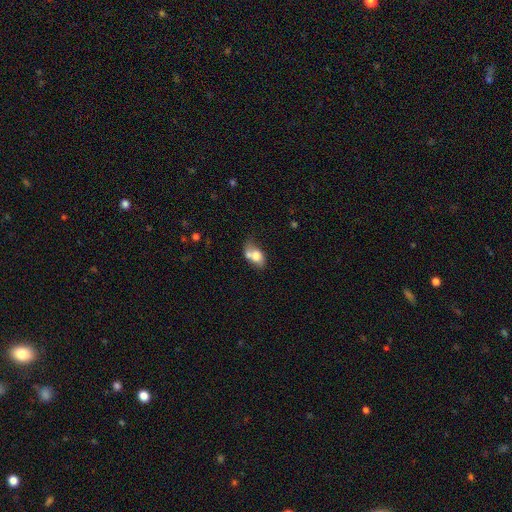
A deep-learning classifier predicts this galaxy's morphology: smooth-or-featured: smooth: 66% | featured or disk: 26% | star or artifact: 8%
  how-rounded: in between: 80% | round: 17% | cigar-shaped: 2%
  merging: merger: 46% | none: 28% | minor disturbance: 17% | major disturbance: 9%